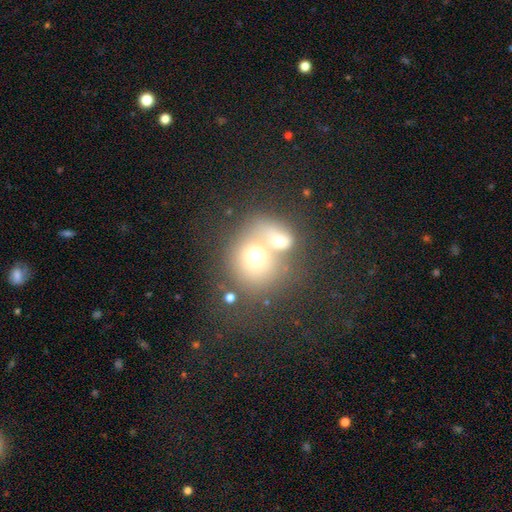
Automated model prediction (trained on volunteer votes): Smooth or featured: smooth — 61% (featured or disk — 26%)
How rounded: round — 73% (in between — 26%)
Merging: merger — 69% (none — 20%)